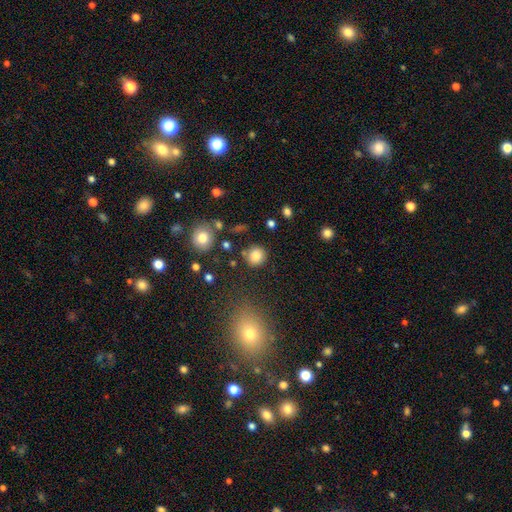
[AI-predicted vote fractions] smooth-or-featured: smooth: 84% | star or artifact: 10% | featured or disk: 5%
  how-rounded: round: 90% | in between: 9% | cigar-shaped: 1%
  merging: none: 82% | minor disturbance: 10% | merger: 4% | major disturbance: 3%